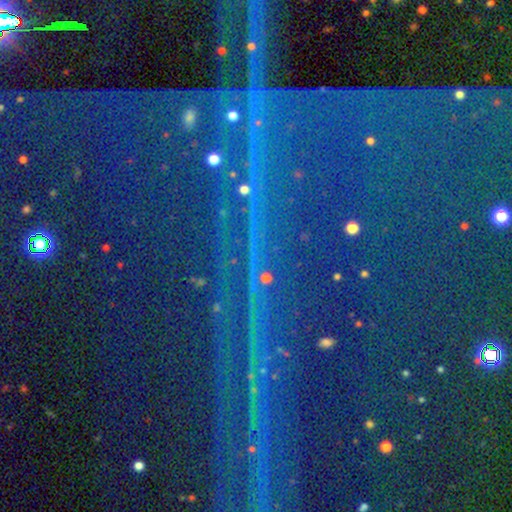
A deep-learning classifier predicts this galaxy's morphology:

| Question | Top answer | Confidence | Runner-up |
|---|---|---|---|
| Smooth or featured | star or artifact | 86% | featured or disk (7%) |